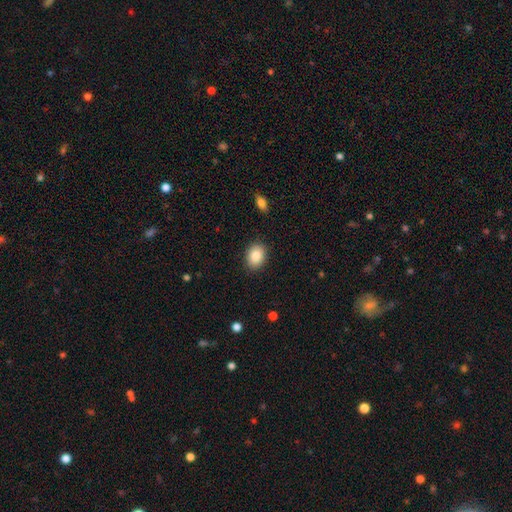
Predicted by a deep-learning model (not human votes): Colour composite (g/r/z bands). It shows a smooth galaxy with no disk features (85%) that is in between round and cigar-shaped (64%). Merging: none (88%).